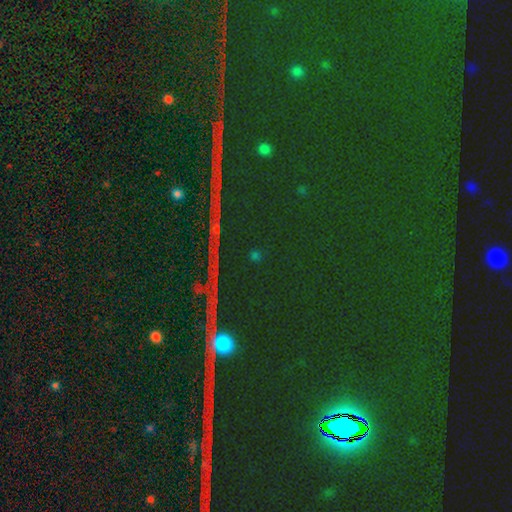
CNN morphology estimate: This appears to be a star or artifact, not a galaxy (79%).